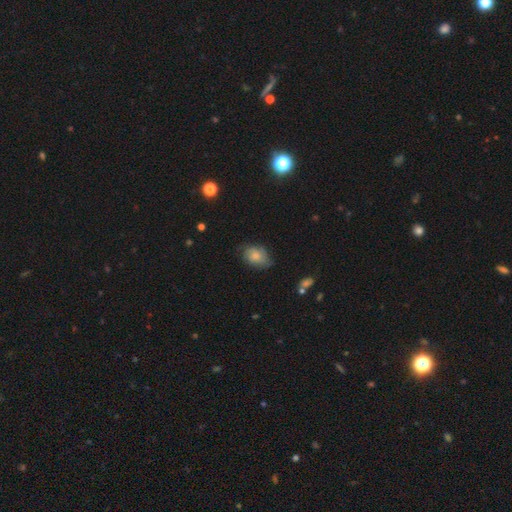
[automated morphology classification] Smooth or featured?
  - smooth: 58% *
  - featured or disk: 33%
  - star or artifact: 9%
How rounded?
  - in between: 74% *
  - round: 25%
  - cigar-shaped: 1%
Merging?
  - none: 62% *
  - minor disturbance: 28%
  - major disturbance: 8%
  - merger: 1%